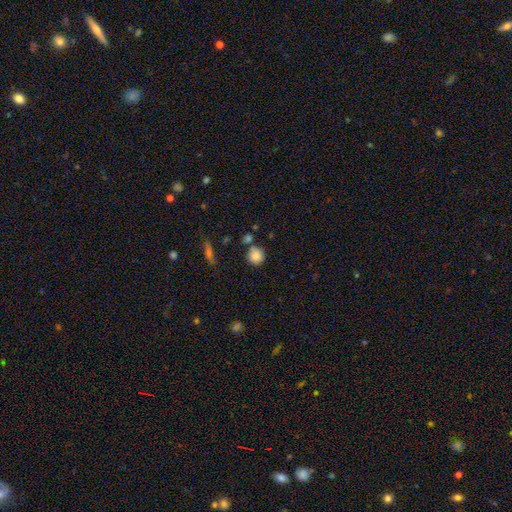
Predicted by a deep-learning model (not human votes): Morphology: type=smooth (84%); roundness=round (91%); merging=none (75%).